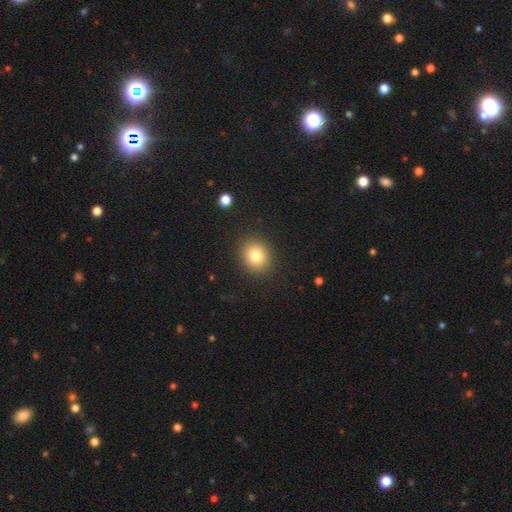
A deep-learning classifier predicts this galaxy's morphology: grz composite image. It shows a smooth galaxy with no disk features (80%) that is round (73%). Merging: none (89%).